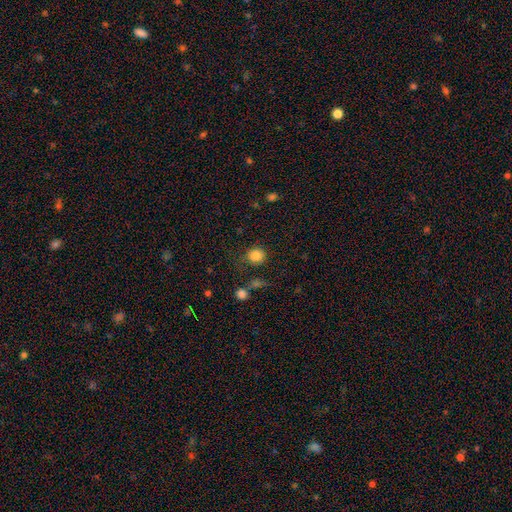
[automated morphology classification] Q: Smooth or featured?
A: smooth (84%); runner-up: star or artifact (11%)
Q: How rounded?
A: round (88%); runner-up: in between (11%)
Q: Merging?
A: none (77%); runner-up: minor disturbance (12%)